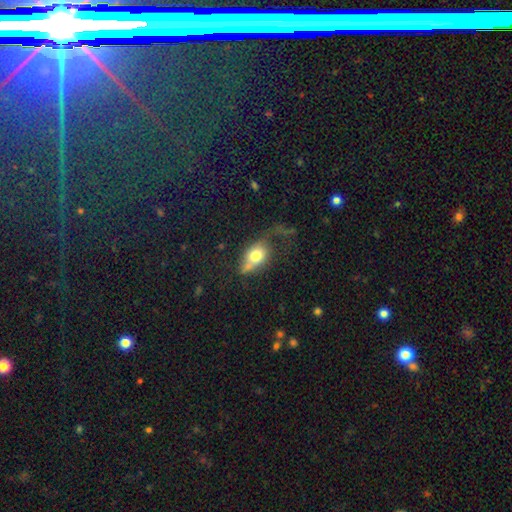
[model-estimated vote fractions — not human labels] Q: Smooth or featured?
A: smooth (69%); runner-up: featured or disk (22%)
Q: How rounded?
A: in between (76%); runner-up: round (21%)
Q: Merging?
A: none (37%); runner-up: minor disturbance (27%)